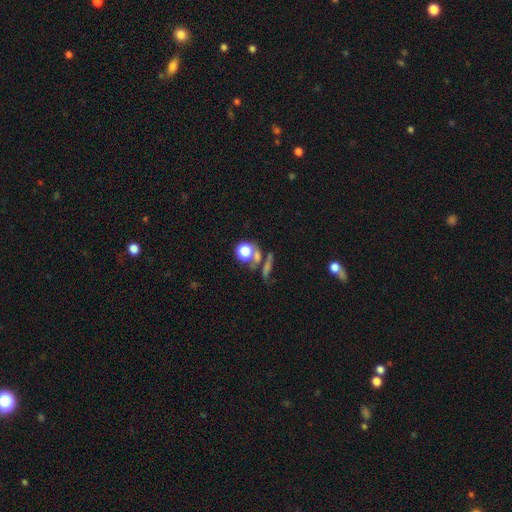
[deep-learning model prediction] This is possibly a star or artifact rather than a galaxy (46%).